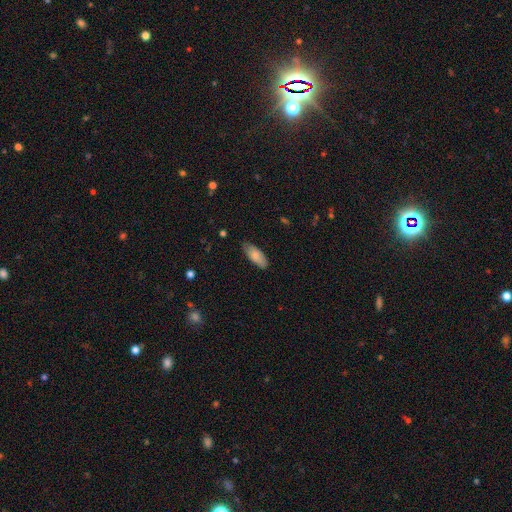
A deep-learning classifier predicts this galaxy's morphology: A smooth galaxy with no disk features (80%) that is in between round and cigar-shaped (79%).

Vote fractions:
- Smooth or featured? smooth: 80% / featured or disk: 14% / star or artifact: 6%
- How rounded? in between: 79% / cigar-shaped: 20% / round: 2%
- Merging? none: 78% / minor disturbance: 18% / major disturbance: 3% / merger: 1%